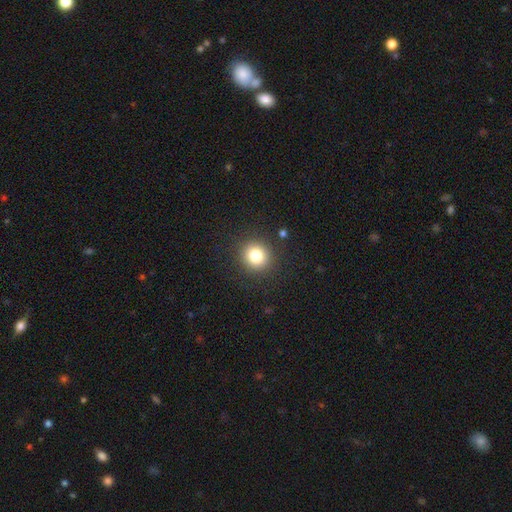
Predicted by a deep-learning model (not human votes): This appears to be a smooth galaxy with no disk features (80%) that is round (92%). Merging: none (90%).